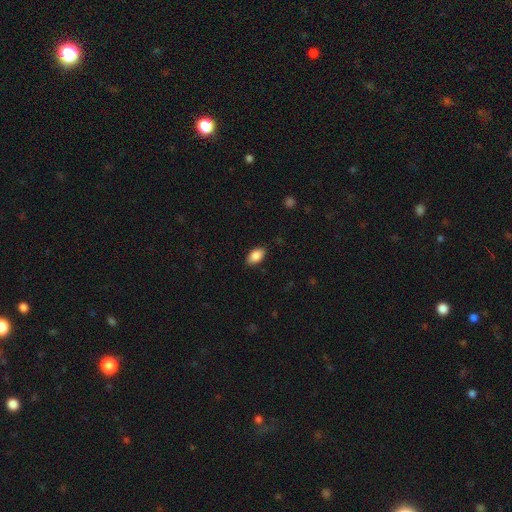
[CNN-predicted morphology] Smooth or featured? smooth (87%)
How rounded? in between (93%)
Merging? none (85%)